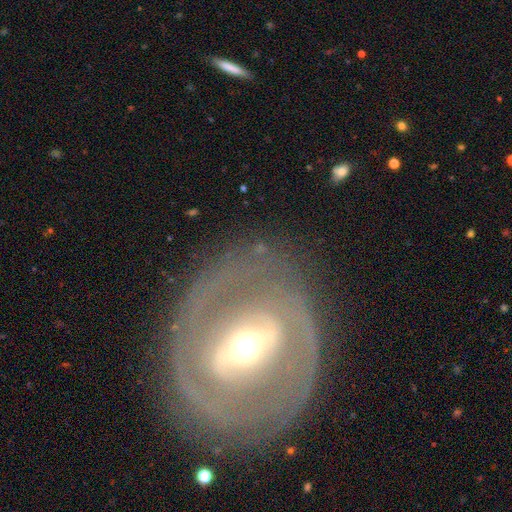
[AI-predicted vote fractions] Smooth or featured? featured or disk (77%)
Edge-on disk? no (92%)
Bar? strong (50%)
Spiral arms? yes (54%)
Bulge size? moderate (64%)
Merging? none (76%)